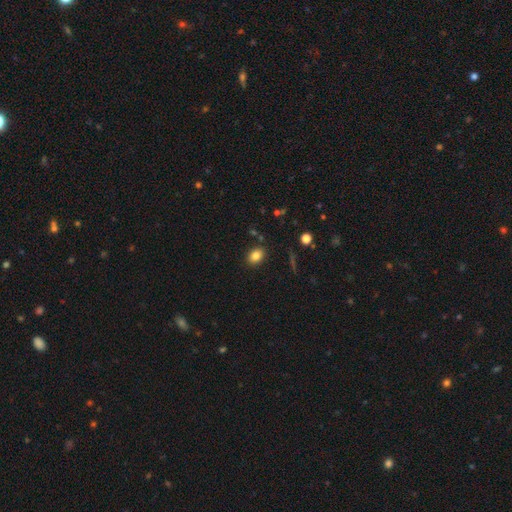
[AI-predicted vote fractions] Overall: smooth (83%). How rounded: in between (67%; round 32%). Merging: none (86%).